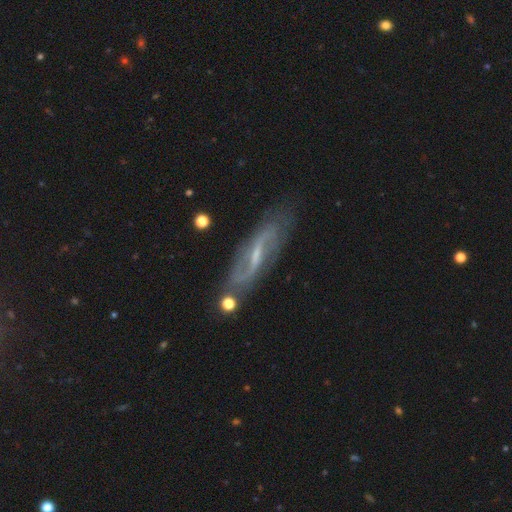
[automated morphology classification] A featured or disk galaxy (80%) with a weak bar (50%), 2 (81%) loose (49%) spiral arms (89%) and a small central bulge (65%).

Vote fractions:
- Smooth or featured? featured or disk: 80% / smooth: 13% / star or artifact: 7%
- Edge-on disk? no: 79% / yes: 21%
- Bar? weak: 50% / strong: 31% / no: 19%
- Spiral arms? yes: 89% / no: 11%
- Spiral winding? loose: 49% / medium: 35% / tight: 16%
- Spiral arm count? 2: 81% / can't tell: 11% / 1: 3% / 3: 2% / 4: 1% / more than 4: 1%
- Bulge size? small: 65% / moderate: 22% / none: 11% / large: 1% / dominant: 1%
- Merging? none: 74% / minor disturbance: 16% / major disturbance: 5% / merger: 5%